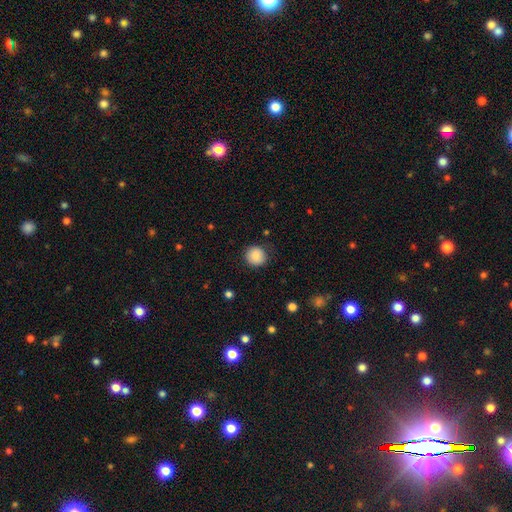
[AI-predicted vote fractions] Smooth or featured? Predicted: smooth (p=0.84). How rounded? Predicted: round (p=0.93). Merging? Predicted: none (p=0.84).